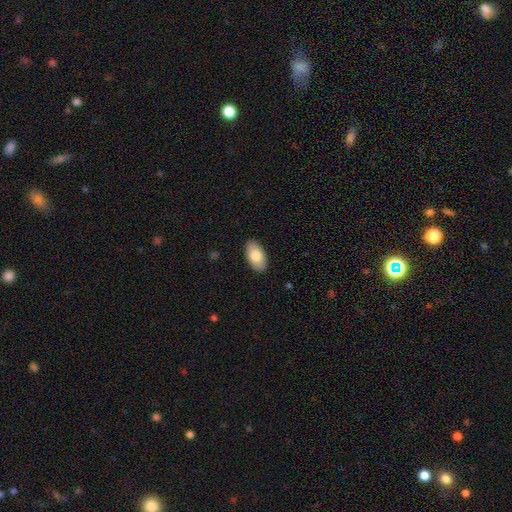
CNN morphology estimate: Smooth or featured?
  - smooth: 79% *
  - featured or disk: 15%
  - star or artifact: 6%
How rounded?
  - in between: 95% *
  - round: 3%
  - cigar-shaped: 2%
Merging?
  - none: 89% *
  - minor disturbance: 8%
  - major disturbance: 2%
  - merger: 1%